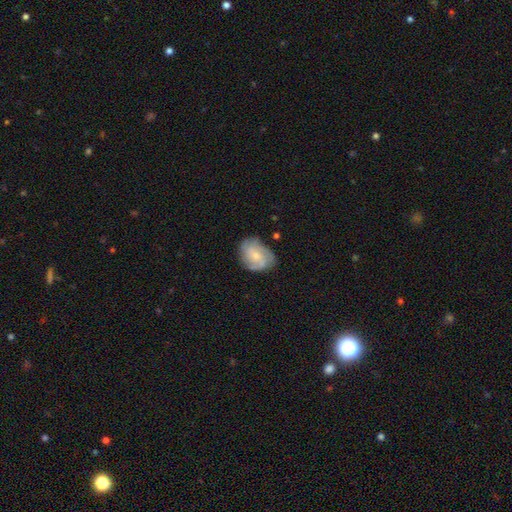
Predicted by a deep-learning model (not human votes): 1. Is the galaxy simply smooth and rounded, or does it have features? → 60% featured or disk, 33% smooth, 7% star or artifact.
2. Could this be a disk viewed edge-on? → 97% no, 3% yes.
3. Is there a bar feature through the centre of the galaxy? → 64% no, 31% weak, 4% strong.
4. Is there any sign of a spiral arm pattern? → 88% yes, 12% no.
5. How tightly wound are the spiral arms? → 43% medium, 40% tight, 17% loose.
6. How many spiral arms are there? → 30% 3, 28% can't tell, 23% 2, 10% 4, 5% 1, 4% more than 4.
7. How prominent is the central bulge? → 57% small, 35% moderate, 5% none, 2% large, 1% dominant.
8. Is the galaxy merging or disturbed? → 69% none, 22% minor disturbance, 7% major disturbance, 2% merger.